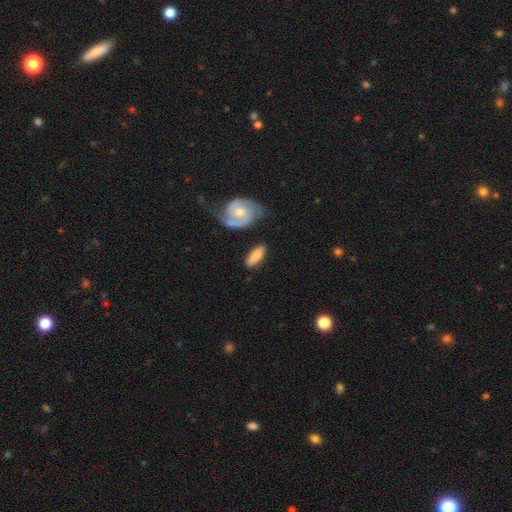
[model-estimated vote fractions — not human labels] Smooth or featured: smooth — 70% (featured or disk — 25%)
How rounded: in between — 61% (cigar-shaped — 36%)
Merging: none — 74% (minor disturbance — 16%)